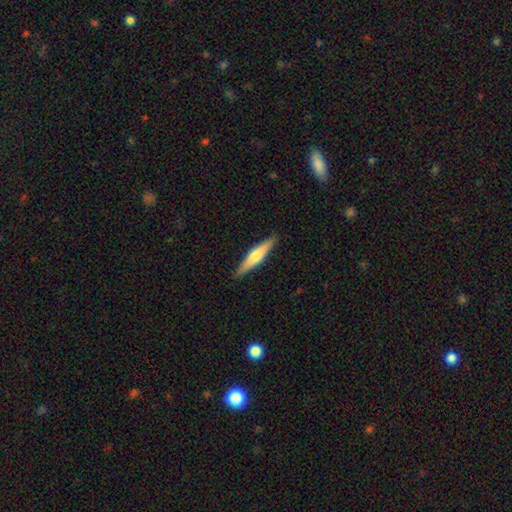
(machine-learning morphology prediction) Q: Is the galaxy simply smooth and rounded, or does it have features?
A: featured or disk — 48%.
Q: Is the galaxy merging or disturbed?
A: none — 89%.